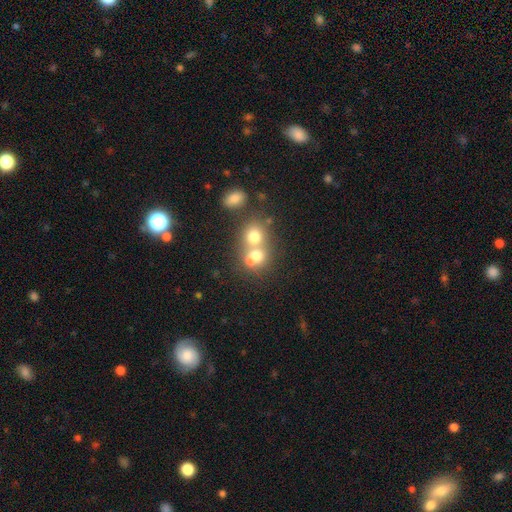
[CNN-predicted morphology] Smooth or featured? smooth (68%)
How rounded? round (71%)
Merging? merger (62%)